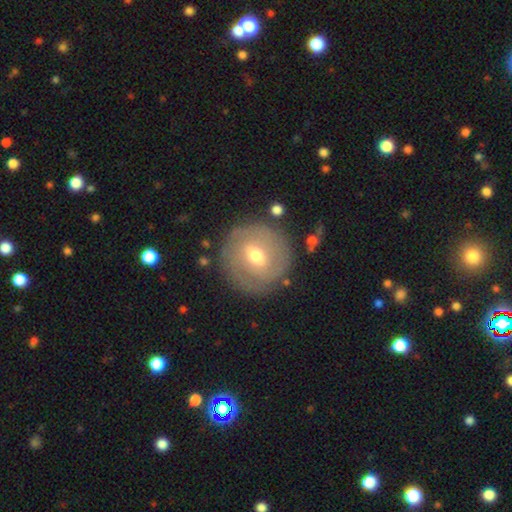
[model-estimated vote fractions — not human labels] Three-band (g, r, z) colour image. It shows a featured or disk galaxy (53%). Merging: none (82%).